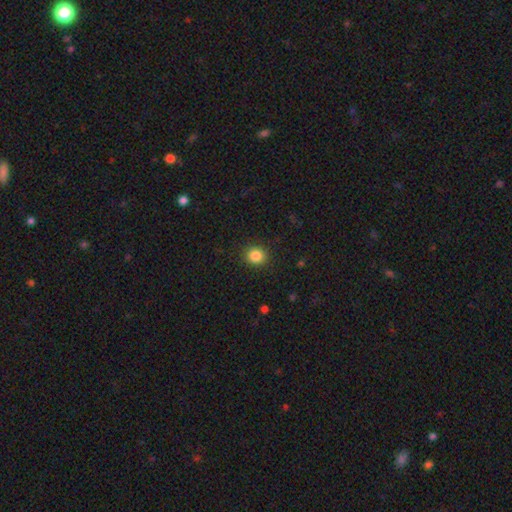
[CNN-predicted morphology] smooth_or_featured: smooth (p=0.85) [alt: star or artifact p=0.11]
how_rounded: round (p=0.85) [alt: in between p=0.14]
merging: none (p=0.91) [alt: minor disturbance p=0.06]